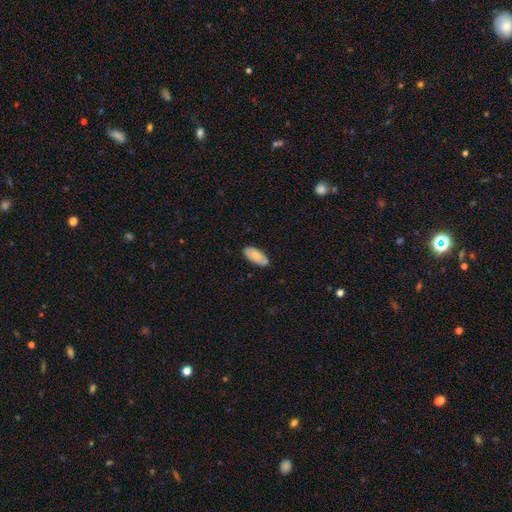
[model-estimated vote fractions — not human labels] Smooth or featured? smooth (72%)
How rounded? in between (91%)
Merging? none (79%)